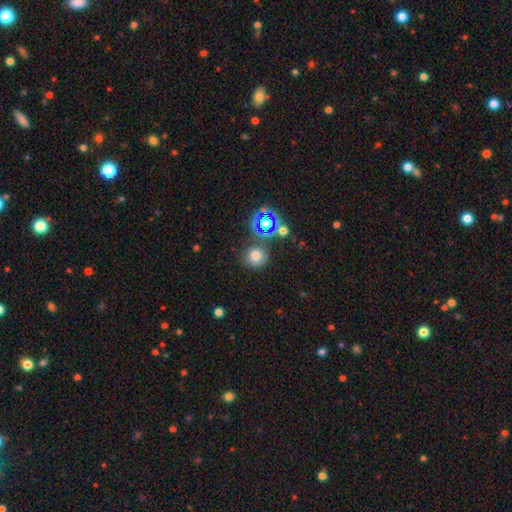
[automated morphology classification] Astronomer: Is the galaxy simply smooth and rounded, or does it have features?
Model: smooth — 71%.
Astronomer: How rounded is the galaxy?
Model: round — 91%.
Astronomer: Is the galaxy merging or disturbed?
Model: none — 78%.